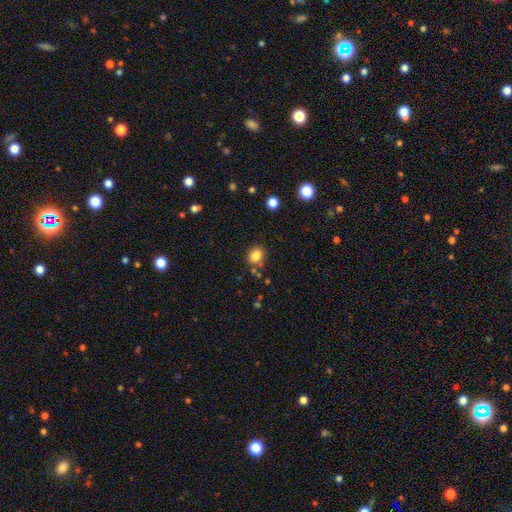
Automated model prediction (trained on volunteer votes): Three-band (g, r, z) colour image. It shows a smooth galaxy with no disk features (84%) that is round (54%). Merging: none (75%).